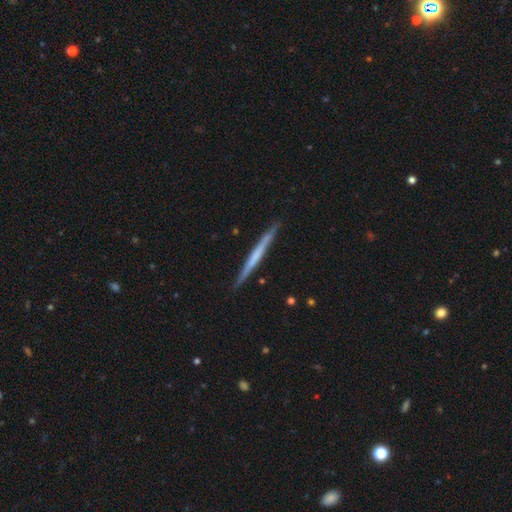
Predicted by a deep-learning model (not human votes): A featured or disk galaxy (55%) viewed edge-on (97%) with no central bulge (83%). Merging: none (91%).